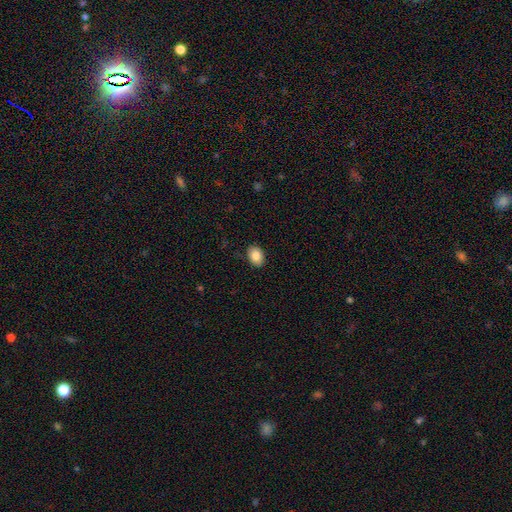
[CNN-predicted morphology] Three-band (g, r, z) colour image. It shows a smooth galaxy with no disk features (86%) that is in between round and cigar-shaped (75%). Merging: none (88%).